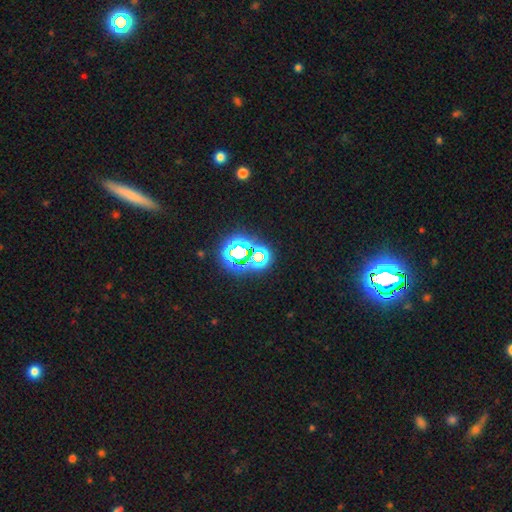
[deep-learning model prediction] Morphology: type=star or artifact (69%).